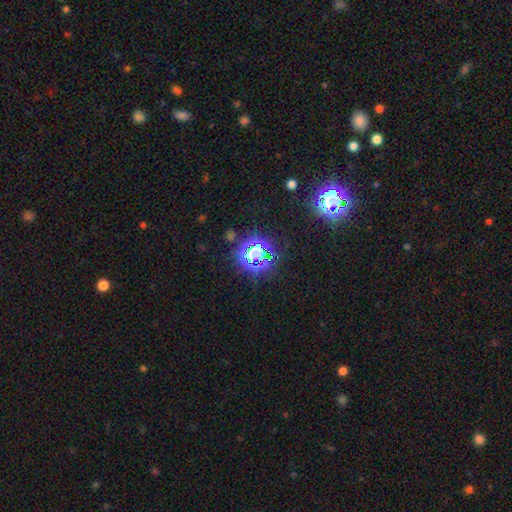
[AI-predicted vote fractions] A star or artifact, not a galaxy (77%).

Vote fractions:
- Smooth or featured? star or artifact: 77% / smooth: 16% / featured or disk: 7%